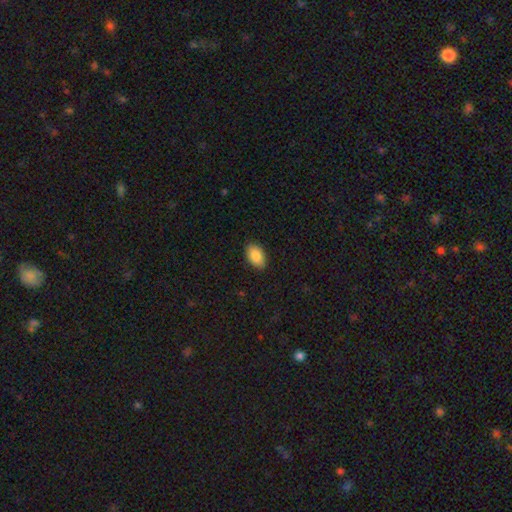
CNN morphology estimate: smooth_or_featured: smooth (p=0.87) [alt: star or artifact p=0.07]
how_rounded: in between (p=0.92) [alt: round p=0.07]
merging: none (p=0.88) [alt: minor disturbance p=0.09]